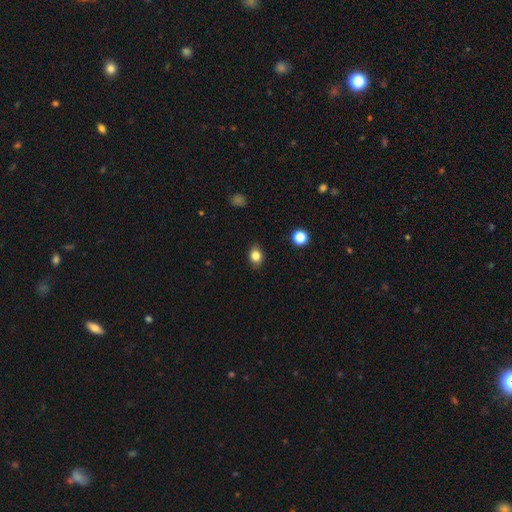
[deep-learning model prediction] The model was most divided on "how rounded": in between: 55%, round: 44%, cigar-shaped: 1%. More confident: merging — none (86%); smooth or featured — smooth (83%).